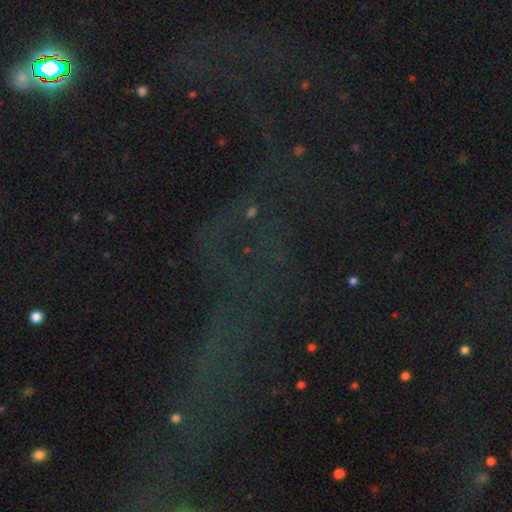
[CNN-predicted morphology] This appears to be a star or artifact, not a galaxy (68%).